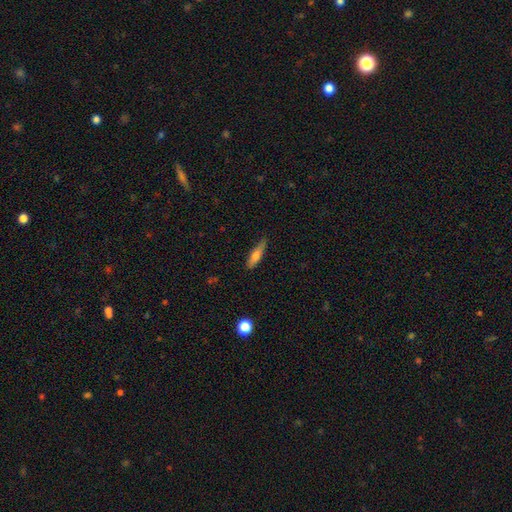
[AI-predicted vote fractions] A smooth galaxy with no disk features (67%) that is cigar-shaped (72%).

Vote fractions:
- Smooth or featured? smooth: 67% / featured or disk: 27% / star or artifact: 7%
- How rounded? cigar-shaped: 72% / in between: 26% / round: 2%
- Merging? none: 75% / minor disturbance: 20% / major disturbance: 3% / merger: 2%